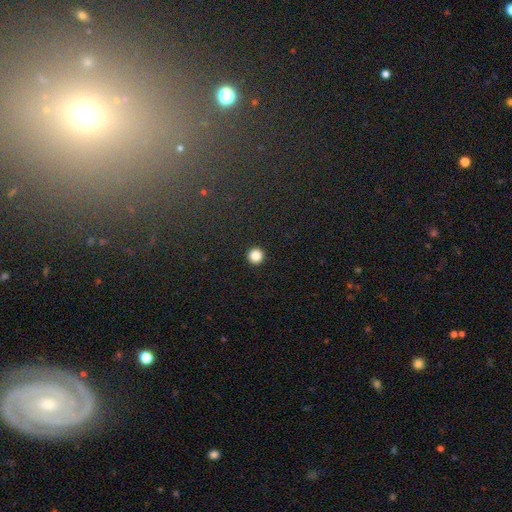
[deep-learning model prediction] Overall: smooth (85%). How rounded: round (96%). Merging: none (94%).